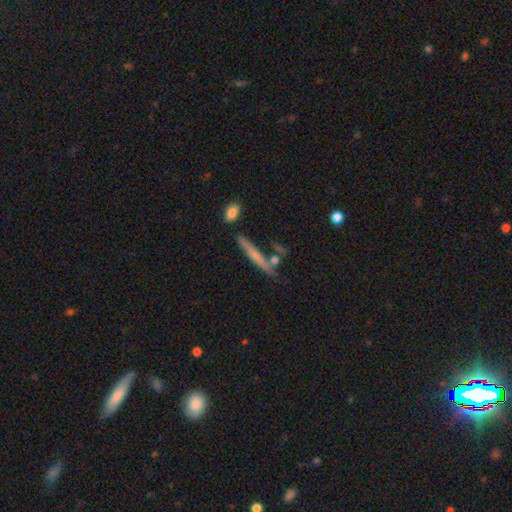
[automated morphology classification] Smooth or featured? smooth (49%)
Merging? none (74%)